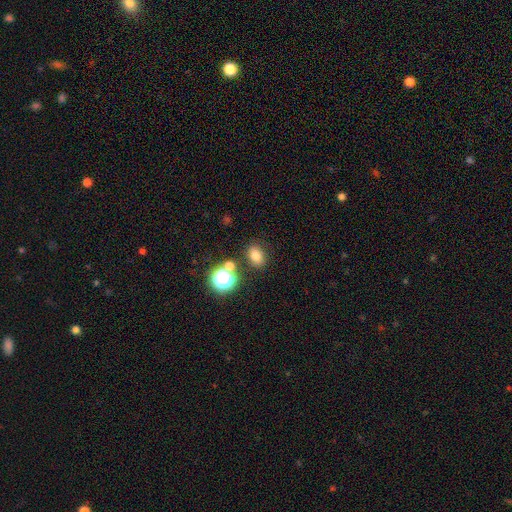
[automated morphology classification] A smooth galaxy with no disk features (75%) that is in between round and cigar-shaped (62%). Merging: none (79%).